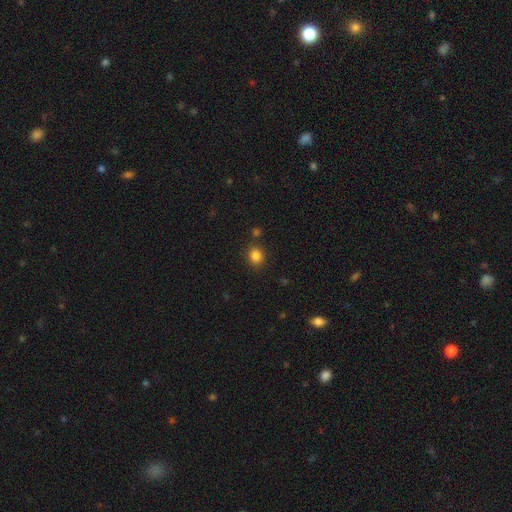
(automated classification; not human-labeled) smooth-or-featured: smooth: 84% | star or artifact: 12% | featured or disk: 5%
  how-rounded: round: 74% | in between: 25% | cigar-shaped: 1%
  merging: none: 85% | minor disturbance: 8% | merger: 4% | major disturbance: 3%